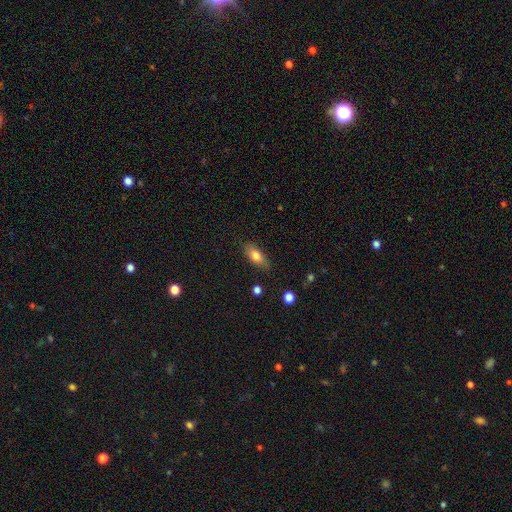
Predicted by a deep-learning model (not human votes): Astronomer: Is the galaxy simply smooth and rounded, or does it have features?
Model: smooth — 77%.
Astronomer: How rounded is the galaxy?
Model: in between — 81%.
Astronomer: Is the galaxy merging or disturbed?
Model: none — 81%.